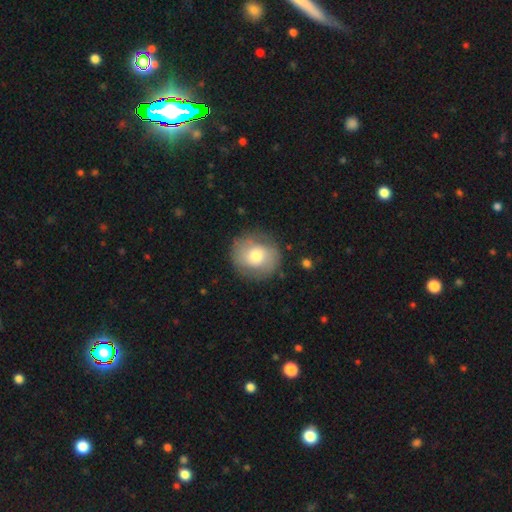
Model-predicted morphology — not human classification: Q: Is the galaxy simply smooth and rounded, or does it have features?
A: smooth — 57%.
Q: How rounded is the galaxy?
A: round — 87%.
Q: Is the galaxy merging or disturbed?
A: none — 83%.